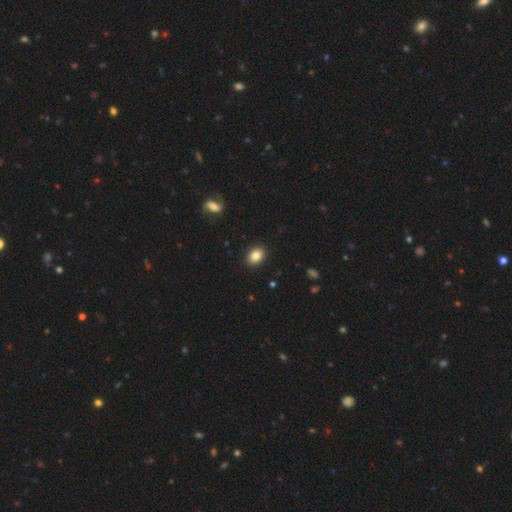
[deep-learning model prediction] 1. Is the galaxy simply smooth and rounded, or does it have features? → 85% smooth, 9% star or artifact, 7% featured or disk.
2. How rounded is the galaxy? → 63% in between, 36% round, 1% cigar-shaped.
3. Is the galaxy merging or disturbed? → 91% none, 7% minor disturbance, 2% major disturbance, 1% merger.